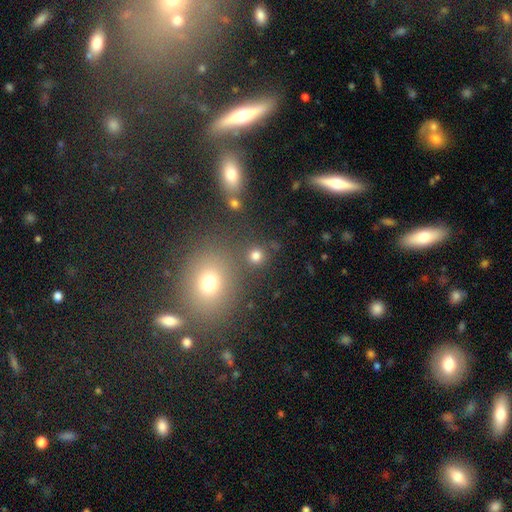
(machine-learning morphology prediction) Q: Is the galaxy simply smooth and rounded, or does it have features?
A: smooth — 77%.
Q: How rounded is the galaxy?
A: round — 90%.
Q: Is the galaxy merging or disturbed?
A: none — 80%.